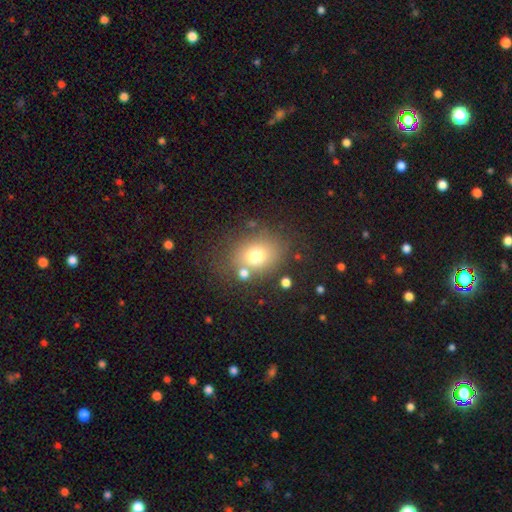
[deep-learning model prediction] smooth-or-featured: smooth: 72% | star or artifact: 14% | featured or disk: 14%
  how-rounded: round: 55% | in between: 44% | cigar-shaped: 1%
  merging: none: 70% | minor disturbance: 14% | merger: 9% | major disturbance: 7%